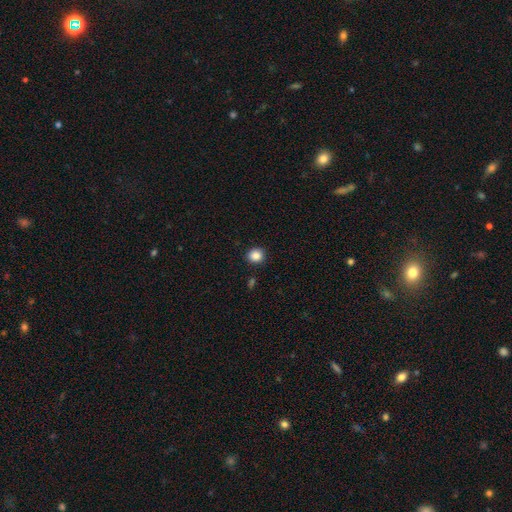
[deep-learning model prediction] Smooth or featured? smooth (86%)
How rounded? round (84%)
Merging? none (90%)